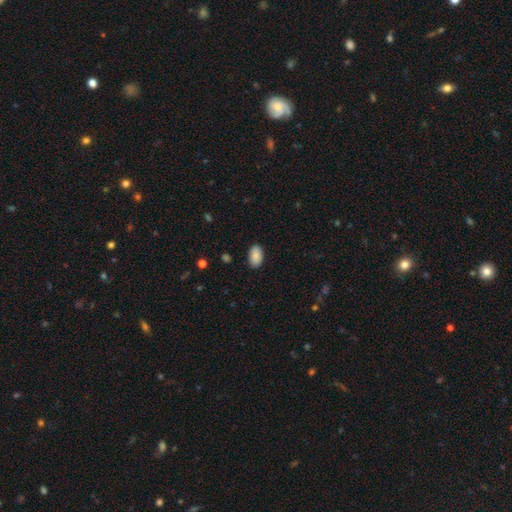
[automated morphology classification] Smooth or featured? smooth (88%)
How rounded? in between (93%)
Merging? none (88%)